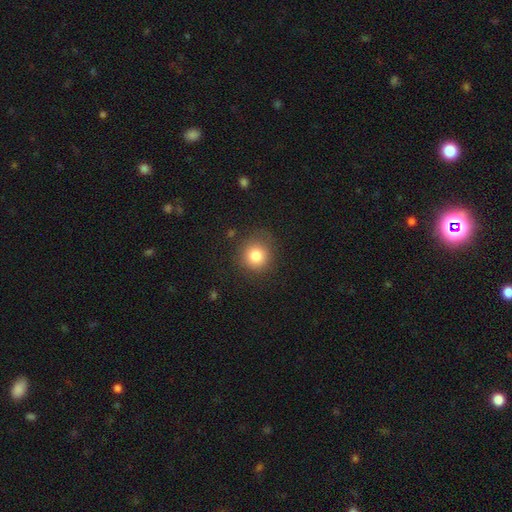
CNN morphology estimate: type=smooth (82%); roundness=round (90%); merging=none (81%).